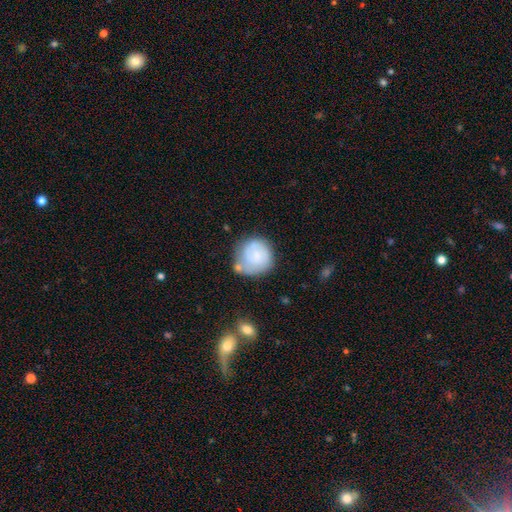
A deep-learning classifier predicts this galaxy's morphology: This is likely a smooth galaxy (66%). How rounded: clearly round (87%). Merging: possibly none (52%).